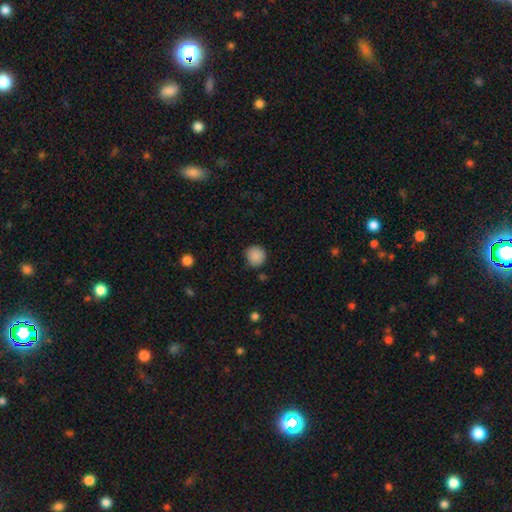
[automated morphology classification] smooth_or_featured: smooth (p=0.87) [alt: star or artifact p=0.09]
how_rounded: round (p=0.93) [alt: in between p=0.06]
merging: none (p=0.84) [alt: minor disturbance p=0.12]